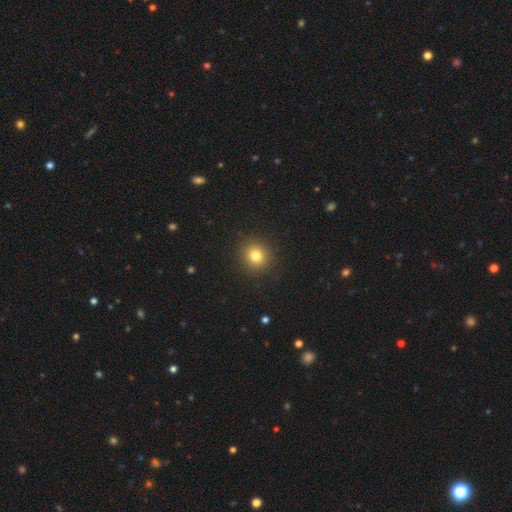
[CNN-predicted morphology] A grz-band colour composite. It shows a smooth galaxy with no disk features (80%) that is round (89%). Merging: none (91%).